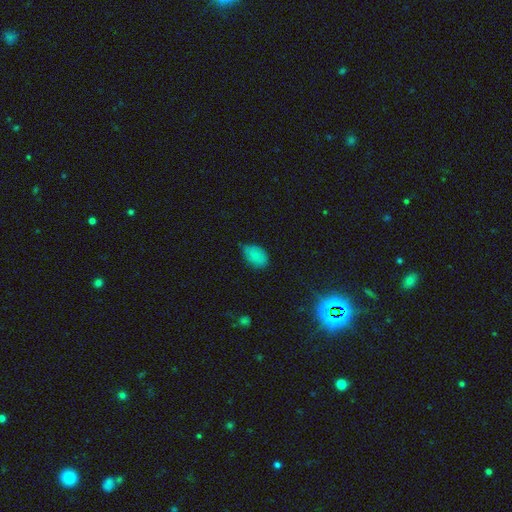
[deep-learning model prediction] The model was most divided on "merging": none: 58%, minor disturbance: 34%, major disturbance: 6%, merger: 2%. More confident: how rounded — in between (88%); smooth or featured — smooth (83%).